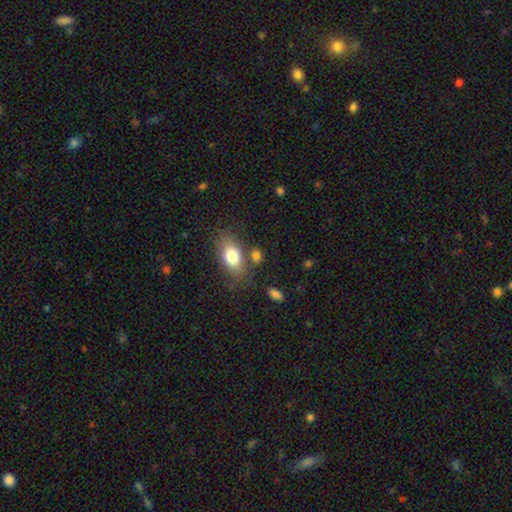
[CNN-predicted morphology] Smooth or featured: smooth — 78% (featured or disk — 12%)
How rounded: in between — 74% (round — 21%)
Merging: none — 66% (minor disturbance — 15%)